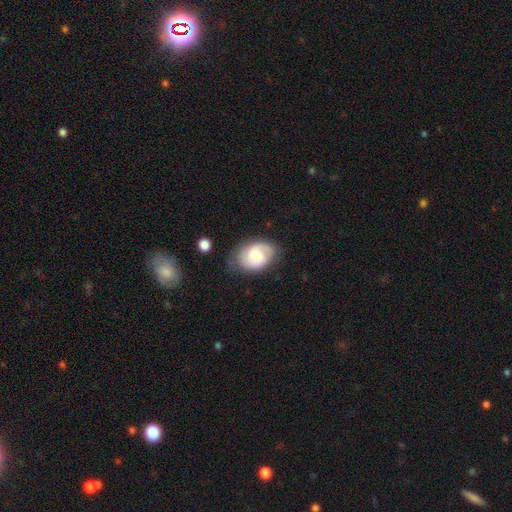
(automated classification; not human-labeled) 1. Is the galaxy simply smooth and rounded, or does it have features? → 49% featured or disk, 43% smooth, 8% star or artifact.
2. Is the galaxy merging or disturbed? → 61% none, 26% minor disturbance, 10% major disturbance, 2% merger.